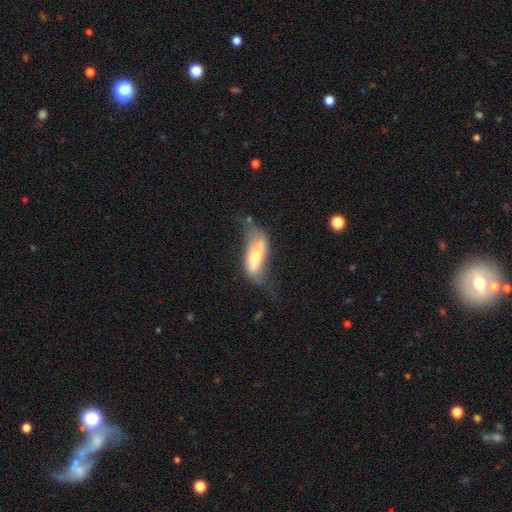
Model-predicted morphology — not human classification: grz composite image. It shows a smooth galaxy with no disk features (50%). Merging: none (36%).